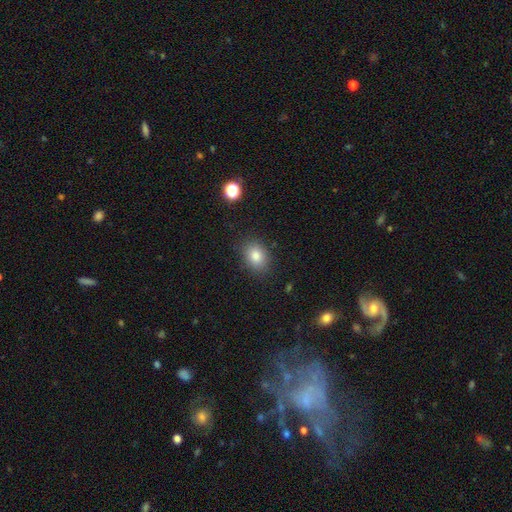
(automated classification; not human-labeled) Overall: smooth (83%). How rounded: in between (63%; round 36%). Merging: none (84%).